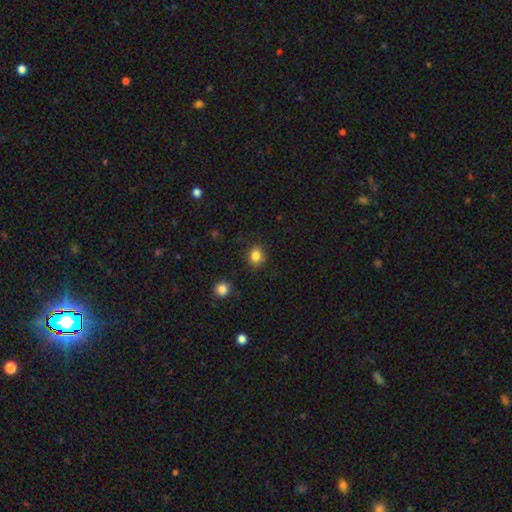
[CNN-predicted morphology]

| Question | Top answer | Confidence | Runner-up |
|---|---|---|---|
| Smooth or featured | smooth | 84% | star or artifact (11%) |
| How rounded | round | 64% | in between (35%) |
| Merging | none | 85% | minor disturbance (10%) |